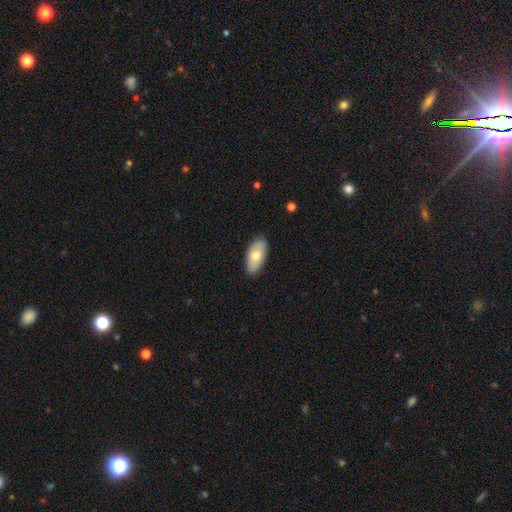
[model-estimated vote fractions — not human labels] Morphology: type=smooth (72%); roundness=in between (91%); merging=none (87%).